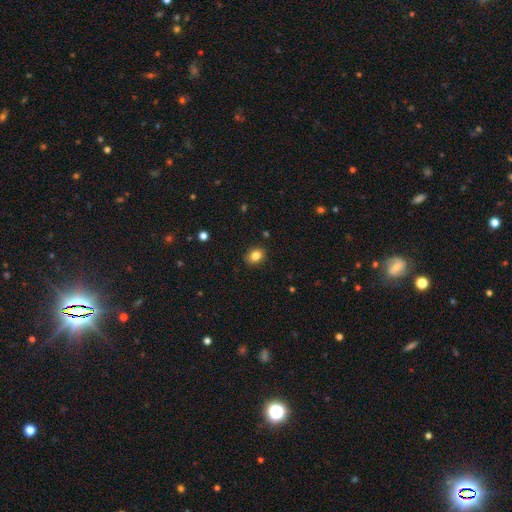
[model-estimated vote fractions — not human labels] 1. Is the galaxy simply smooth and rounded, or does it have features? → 84% smooth, 10% star or artifact, 6% featured or disk.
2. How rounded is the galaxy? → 56% in between, 43% round, 1% cigar-shaped.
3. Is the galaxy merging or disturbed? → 88% none, 9% minor disturbance, 2% major disturbance, 1% merger.